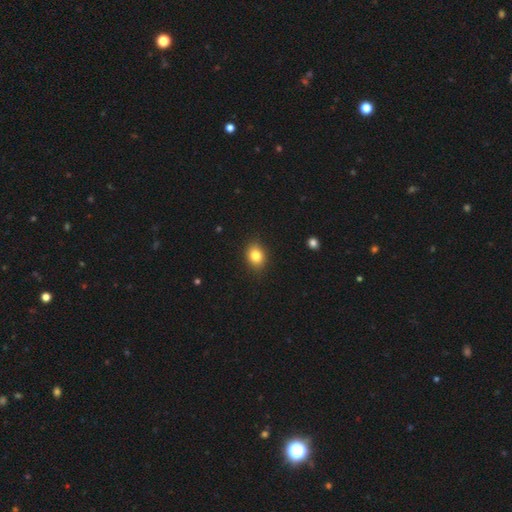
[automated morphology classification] Smooth or featured: smooth — 83% (star or artifact — 10%)
How rounded: in between — 58% (round — 41%)
Merging: none — 87% (minor disturbance — 10%)